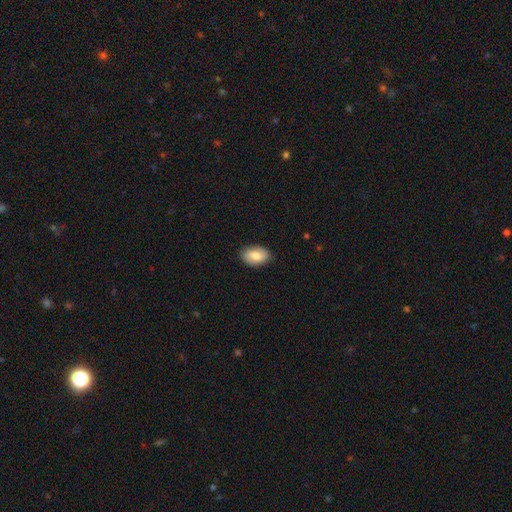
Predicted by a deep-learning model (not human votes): This is likely a smooth galaxy (74%). How rounded: clearly in between (89%). Merging: clearly none (85%).